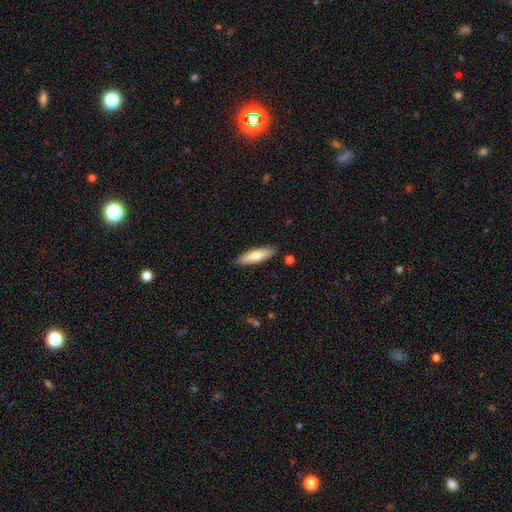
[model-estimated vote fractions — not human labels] Q: Smooth or featured?
A: smooth (76%); runner-up: featured or disk (19%)
Q: How rounded?
A: cigar-shaped (66%); runner-up: in between (32%)
Q: Merging?
A: none (87%); runner-up: minor disturbance (10%)